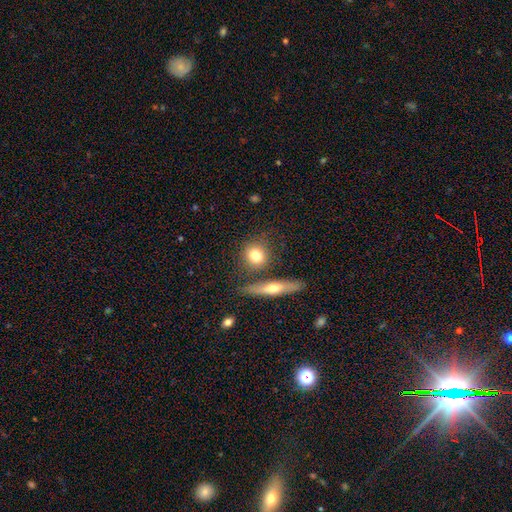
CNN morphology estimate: A smooth galaxy with no disk features (76%) that is round (72%).

Vote fractions:
- Smooth or featured? smooth: 76% / featured or disk: 16% / star or artifact: 8%
- How rounded? round: 72% / in between: 21% / cigar-shaped: 6%
- Merging? none: 72% / merger: 12% / minor disturbance: 12% / major disturbance: 4%